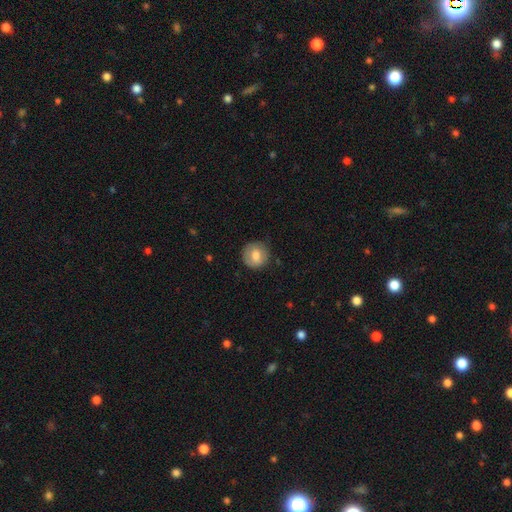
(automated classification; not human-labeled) A smooth galaxy with no disk features (72%) that is round (88%).

Vote fractions:
- Smooth or featured? smooth: 72% / featured or disk: 21% / star or artifact: 7%
- How rounded? round: 88% / in between: 11% / cigar-shaped: 1%
- Merging? none: 78% / minor disturbance: 17% / major disturbance: 4% / merger: 1%